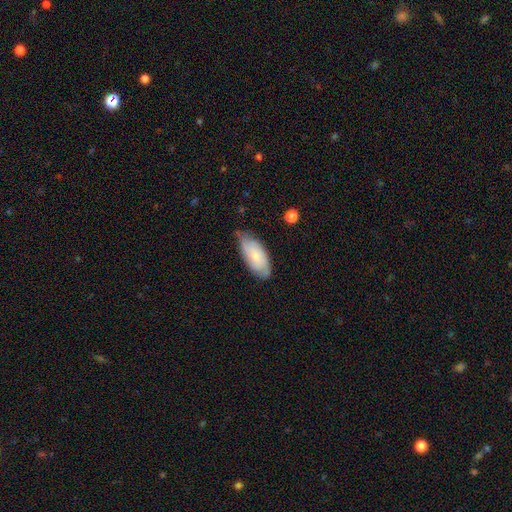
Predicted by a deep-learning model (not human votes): This appears to be a smooth galaxy with no disk features (54%) that is in between round and cigar-shaped (87%). Merging: none (64%).